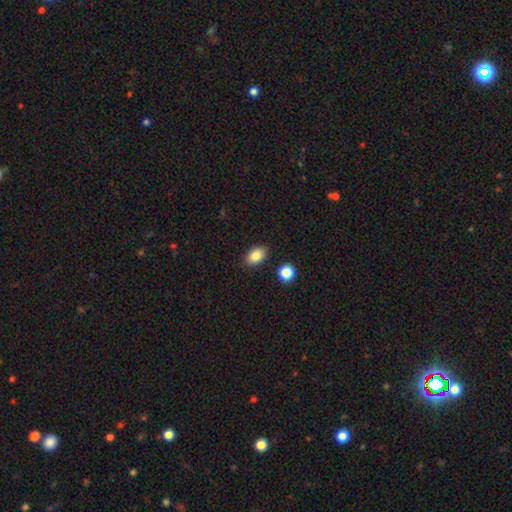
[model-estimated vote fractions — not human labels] Smooth or featured? smooth (84%)
How rounded? in between (86%)
Merging? none (87%)